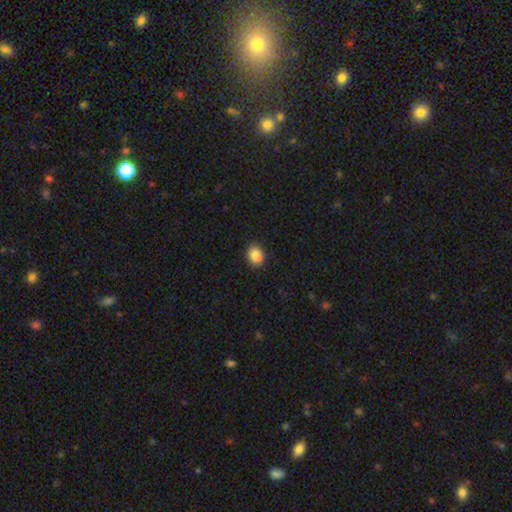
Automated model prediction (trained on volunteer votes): A smooth galaxy with no disk features (86%) that is round (53%).

Vote fractions:
- Smooth or featured? smooth: 86% / star or artifact: 10% / featured or disk: 4%
- How rounded? round: 53% / in between: 46% / cigar-shaped: 1%
- Merging? none: 83% / minor disturbance: 13% / major disturbance: 3% / merger: 1%